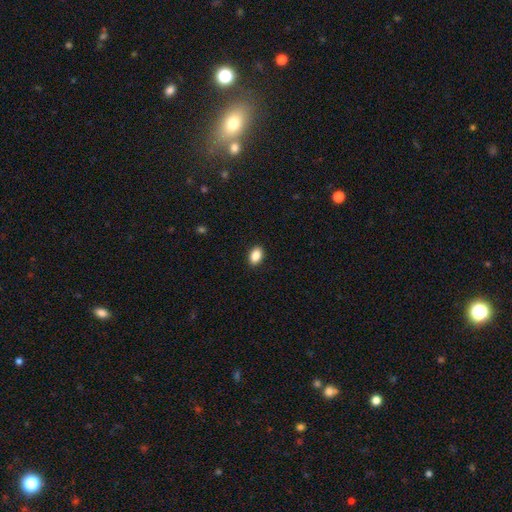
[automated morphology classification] type=smooth (88%); roundness=in between (85%); merging=none (91%).